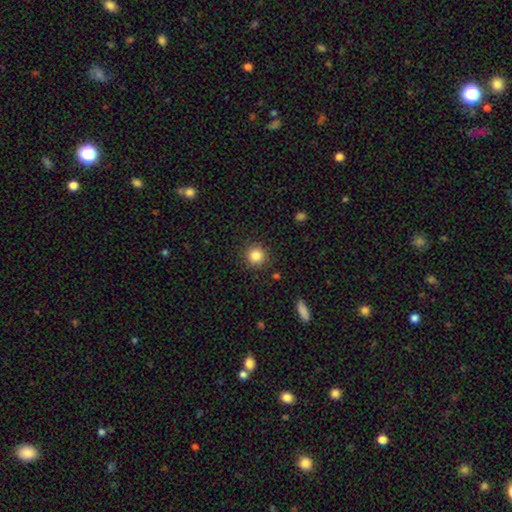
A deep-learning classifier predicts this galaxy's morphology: A smooth galaxy with no disk features (84%) that is round (93%).

Vote fractions:
- Smooth or featured? smooth: 84% / star or artifact: 11% / featured or disk: 5%
- How rounded? round: 93% / in between: 6% / cigar-shaped: 1%
- Merging? none: 90% / minor disturbance: 7% / major disturbance: 2% / merger: 1%